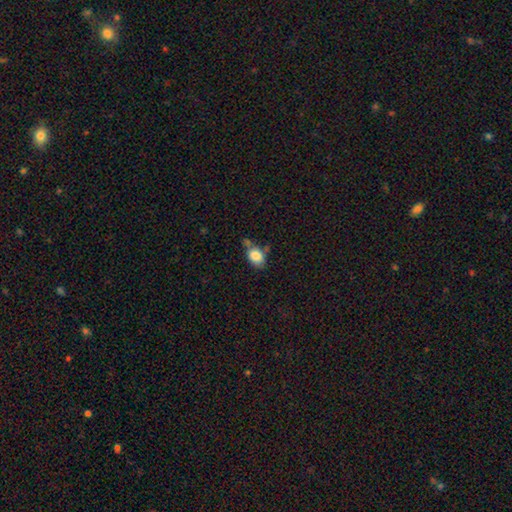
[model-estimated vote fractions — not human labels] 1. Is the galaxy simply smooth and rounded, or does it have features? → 84% smooth, 9% star or artifact, 8% featured or disk.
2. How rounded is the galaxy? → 78% in between, 20% round, 2% cigar-shaped.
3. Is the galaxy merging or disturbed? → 48% none, 26% minor disturbance, 18% merger, 8% major disturbance.